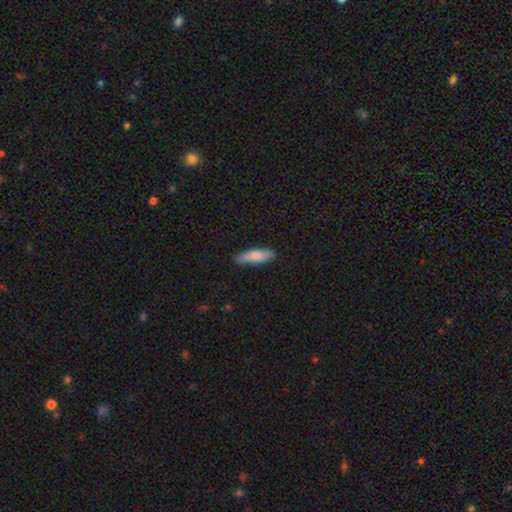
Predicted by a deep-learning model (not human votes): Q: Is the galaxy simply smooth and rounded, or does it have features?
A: smooth — 79%.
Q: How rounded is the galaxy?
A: cigar-shaped — 64%.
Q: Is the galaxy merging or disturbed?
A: none — 81%.